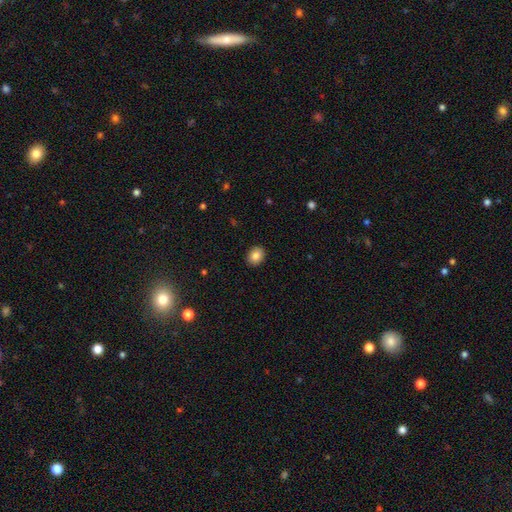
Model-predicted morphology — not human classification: Smooth or featured? Predicted: smooth (p=0.85). How rounded? Predicted: round (p=0.54). Merging? Predicted: none (p=0.91).